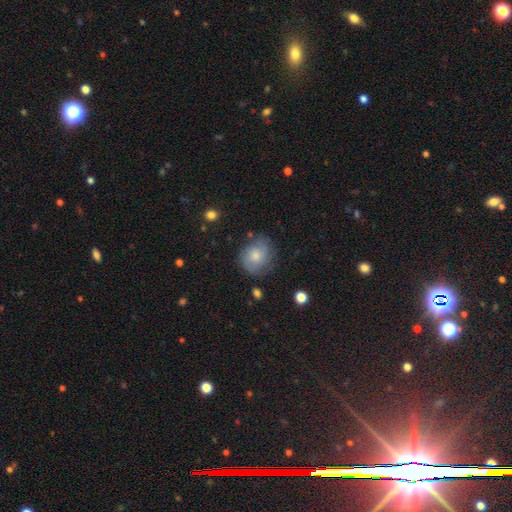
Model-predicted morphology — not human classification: Overall: smooth (65%; featured or disk 27%). How rounded: round (66%; in between 33%). Merging: none (67%).